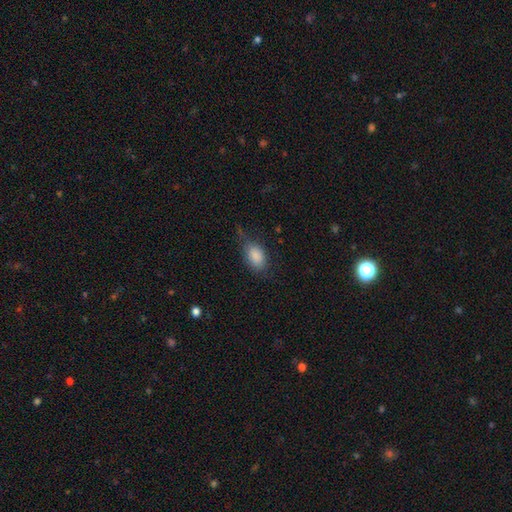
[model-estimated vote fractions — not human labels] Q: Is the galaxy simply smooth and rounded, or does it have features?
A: smooth — 85%.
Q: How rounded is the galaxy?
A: in between — 88%.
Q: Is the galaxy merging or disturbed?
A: none — 56%.